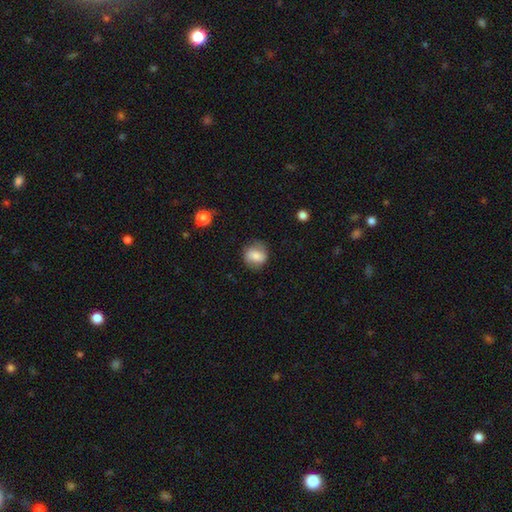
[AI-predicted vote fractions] Smooth or featured? Predicted: smooth (p=0.74). How rounded? Predicted: round (p=0.67). Merging? Predicted: none (p=0.75).